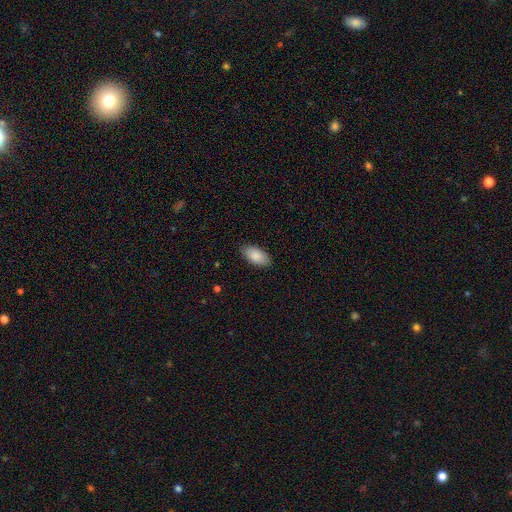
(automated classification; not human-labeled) smooth-or-featured: smooth: 87% | featured or disk: 7% | star or artifact: 6%
  how-rounded: in between: 94% | cigar-shaped: 4% | round: 2%
  merging: none: 87% | minor disturbance: 10% | major disturbance: 2% | merger: 1%